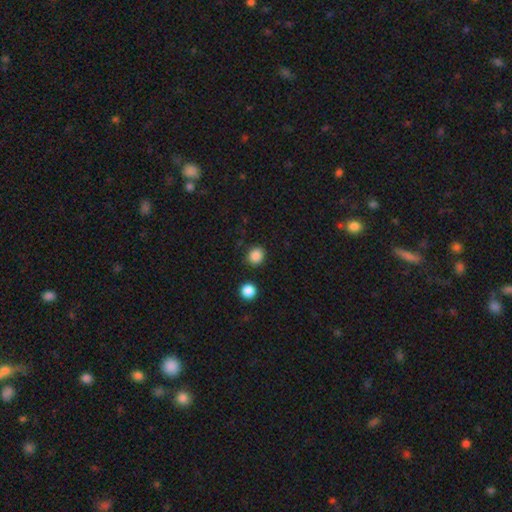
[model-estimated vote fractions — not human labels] This is clearly a smooth galaxy (86%). How rounded: clearly round (81%). Merging: clearly none (87%).